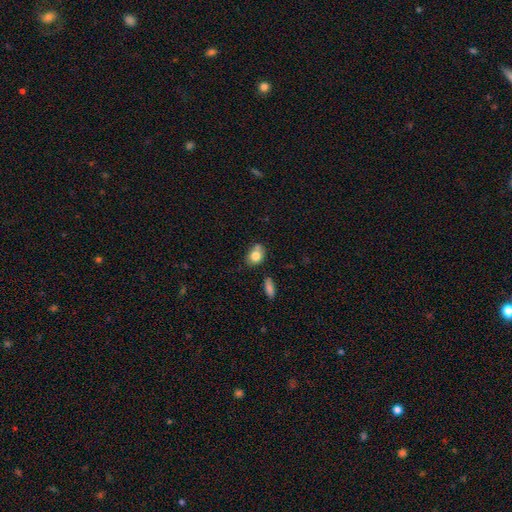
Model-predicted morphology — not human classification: Smooth or featured? smooth (80%)
How rounded? in between (54%)
Merging? none (52%)